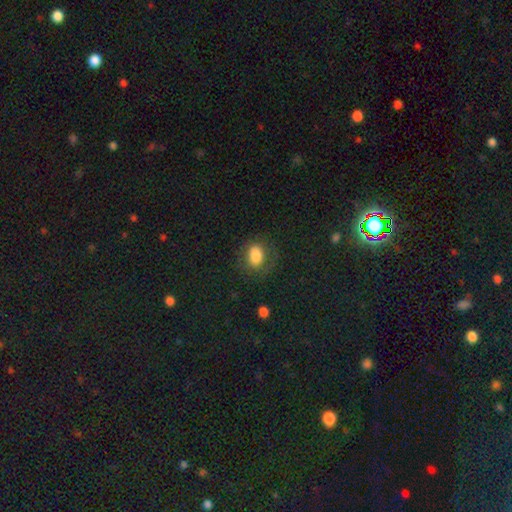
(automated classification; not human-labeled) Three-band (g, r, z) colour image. It shows a smooth galaxy with no disk features (79%) that is in between round and cigar-shaped (71%). Merging: none (73%).